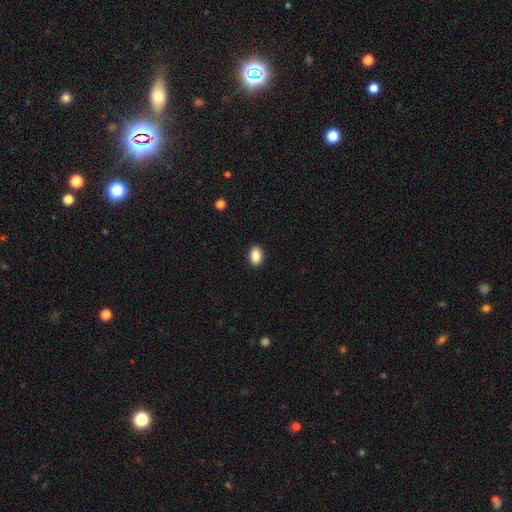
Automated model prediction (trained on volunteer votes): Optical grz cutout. It shows a smooth galaxy with no disk features (86%) that is in between round and cigar-shaped (85%). Merging: none (91%).